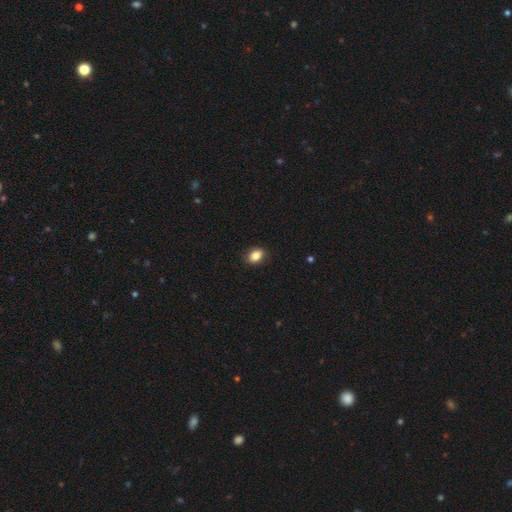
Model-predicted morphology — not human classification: Smooth or featured? Predicted: smooth (p=0.86). How rounded? Predicted: in between (p=0.74). Merging? Predicted: none (p=0.88).